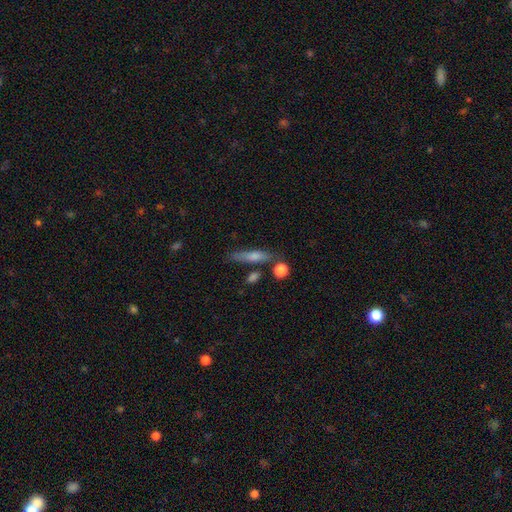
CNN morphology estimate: smooth 56%, featured or disk 32%, star or artifact 12%. Down the decision tree: how rounded — cigar-shaped (80%); merging — none (74%).